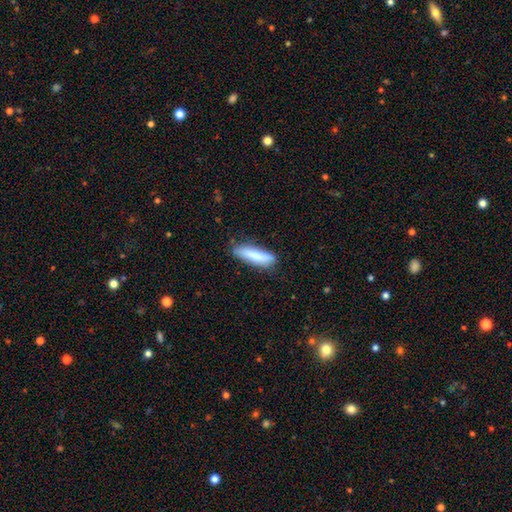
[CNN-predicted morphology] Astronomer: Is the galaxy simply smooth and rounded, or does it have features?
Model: smooth — 80%.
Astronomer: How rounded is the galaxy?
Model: cigar-shaped — 69%.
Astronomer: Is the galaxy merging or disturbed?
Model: none — 79%.